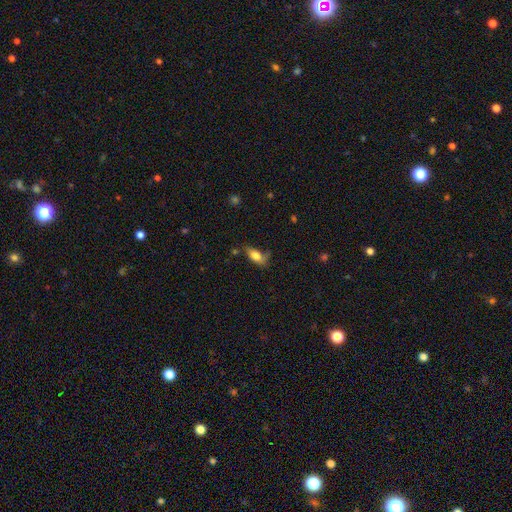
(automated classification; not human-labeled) A smooth galaxy with no disk features (75%) that is in between round and cigar-shaped (83%). Merging: none (45%).